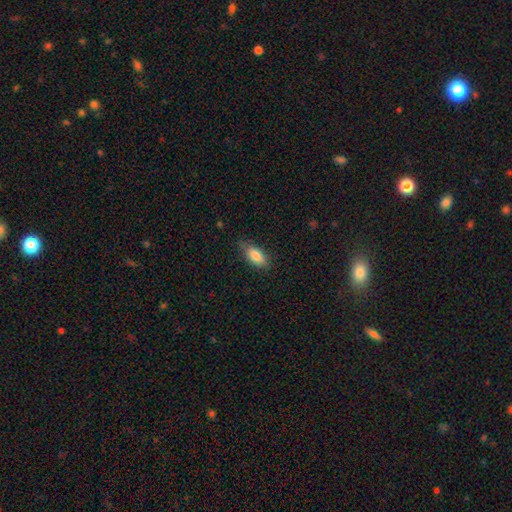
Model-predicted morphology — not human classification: Smooth or featured: smooth — 84% (featured or disk — 9%)
How rounded: in between — 84% (cigar-shaped — 13%)
Merging: none — 76% (minor disturbance — 19%)